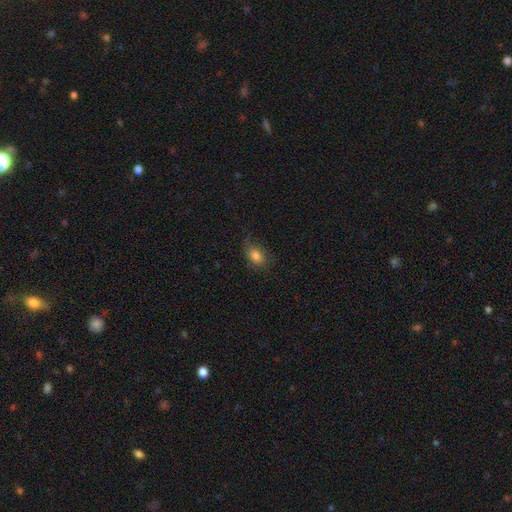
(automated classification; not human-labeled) Smooth or featured?
  - smooth: 81% *
  - star or artifact: 10%
  - featured or disk: 9%
How rounded?
  - in between: 80% *
  - round: 18%
  - cigar-shaped: 2%
Merging?
  - none: 63% *
  - minor disturbance: 24%
  - major disturbance: 11%
  - merger: 1%